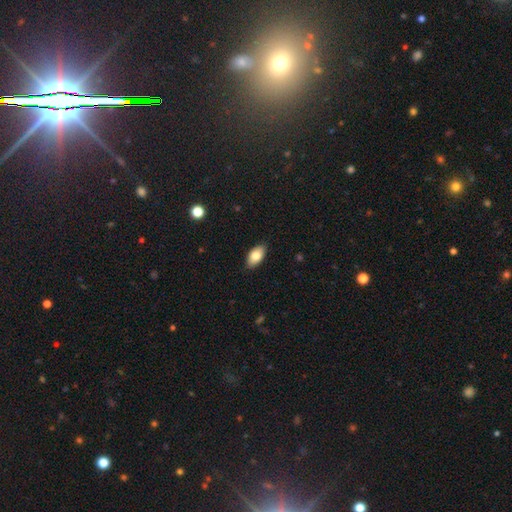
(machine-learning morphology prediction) This is clearly a smooth galaxy (82%). How rounded: clearly in between (94%). Merging: clearly none (87%).